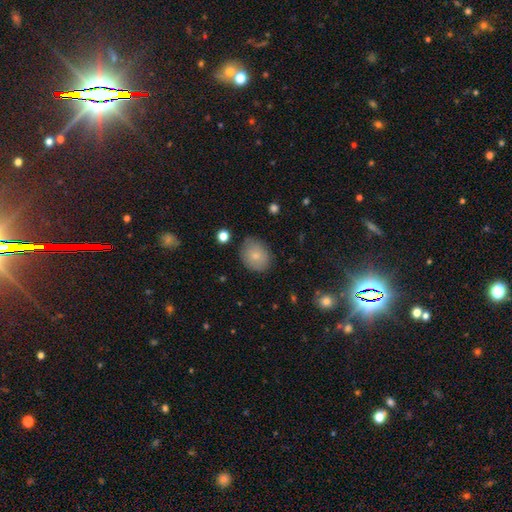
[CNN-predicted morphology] smooth_or_featured: smooth (p=0.81) [alt: featured or disk p=0.12]
how_rounded: in between (p=0.52) [alt: round p=0.47]
merging: none (p=0.78) [alt: minor disturbance p=0.17]